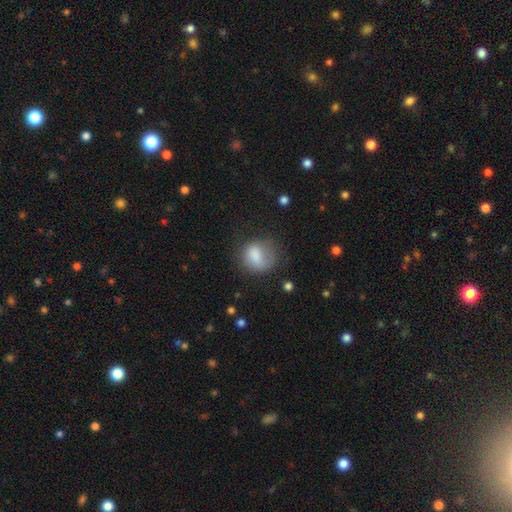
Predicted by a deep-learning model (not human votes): This is likely a smooth galaxy (78%). How rounded: likely round (66%). Merging: possibly none (46%).